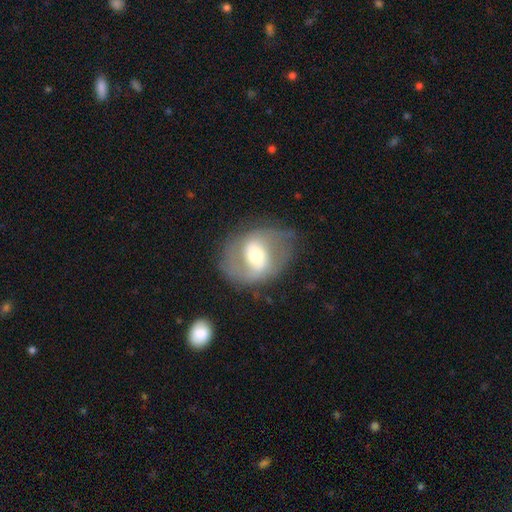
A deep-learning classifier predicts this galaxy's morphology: Smooth or featured? Predicted: featured or disk (p=0.70). Edge-on disk? Predicted: no (p=0.96). Bar? Predicted: weak (p=0.43). Spiral arms? Predicted: yes (p=0.78). Spiral winding? Predicted: medium (p=0.47). Spiral arm count? Predicted: 2 (p=0.83). Bulge size? Predicted: moderate (p=0.63). Merging? Predicted: none (p=0.68).